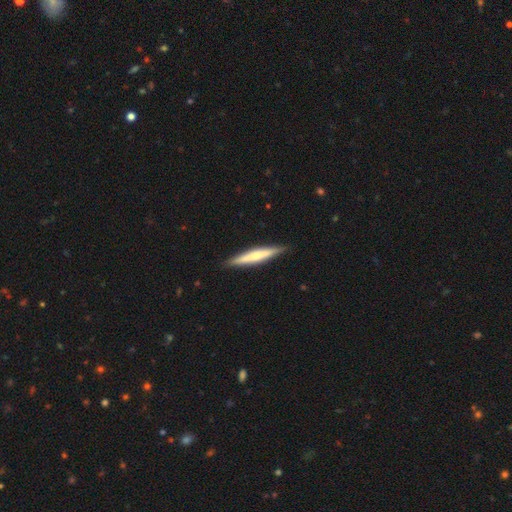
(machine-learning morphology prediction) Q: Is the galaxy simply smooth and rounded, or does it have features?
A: featured or disk — 48%.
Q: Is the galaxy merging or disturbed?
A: none — 90%.